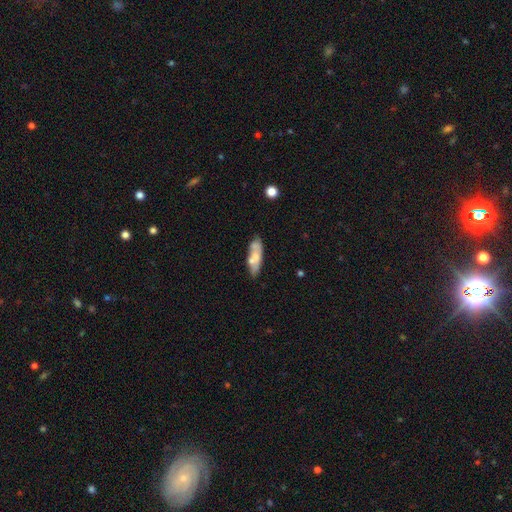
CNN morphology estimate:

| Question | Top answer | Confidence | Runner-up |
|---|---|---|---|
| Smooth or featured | smooth | 61% | featured or disk (32%) |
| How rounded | in between | 57% | cigar-shaped (41%) |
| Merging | none | 58% | minor disturbance (22%) |